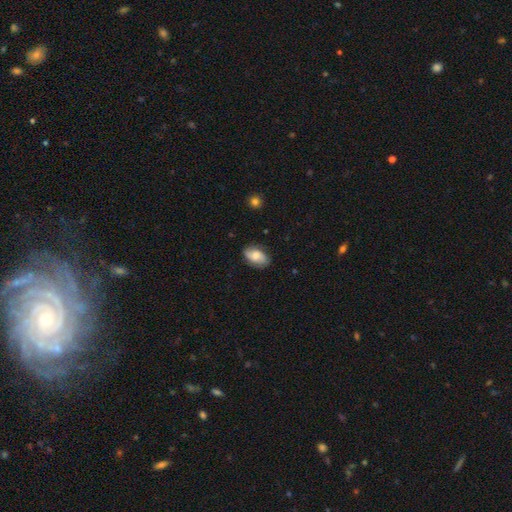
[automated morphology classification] The model was most divided on "smooth or featured": smooth: 51%, featured or disk: 41%, star or artifact: 8%. More confident: how rounded — in between (89%); merging — none (77%).